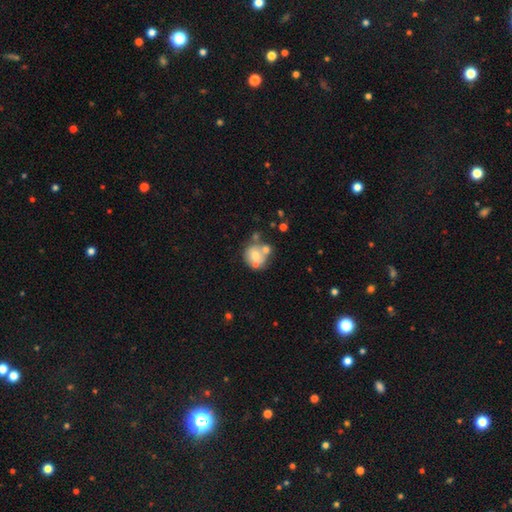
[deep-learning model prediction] Overall: smooth (55%; featured or disk 35%). How rounded: round (76%). Merging: none (41%; merger 36%).